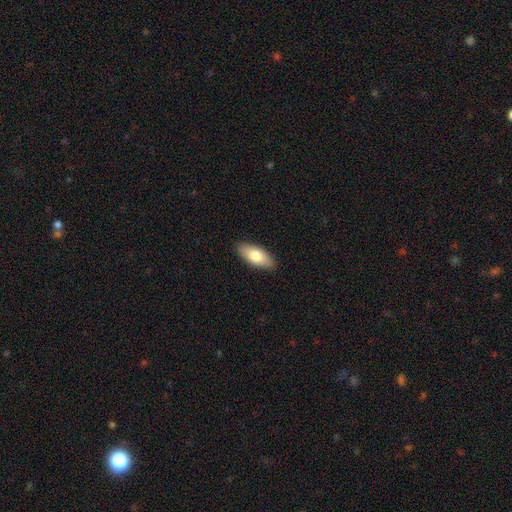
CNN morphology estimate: Overall: smooth (78%). How rounded: in between (83%). Merging: none (89%).